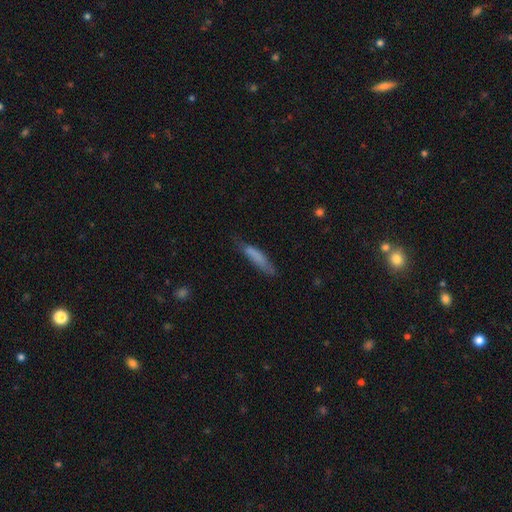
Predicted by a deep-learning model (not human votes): smooth 76%, featured or disk 17%, star or artifact 7%. Down the decision tree: how rounded — cigar-shaped (83%); merging — none (58%).